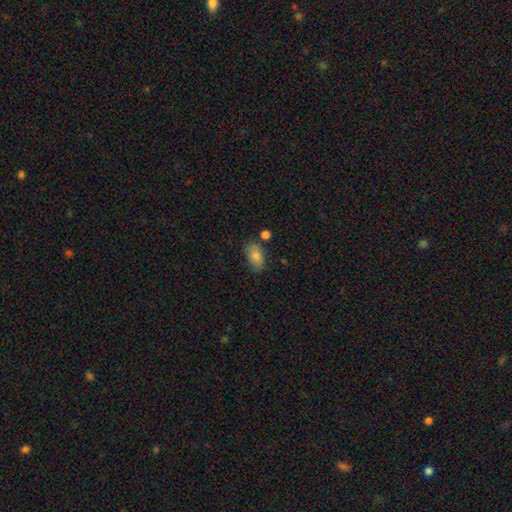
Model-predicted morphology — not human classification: Smooth or featured? smooth (80%)
How rounded? in between (89%)
Merging? none (76%)